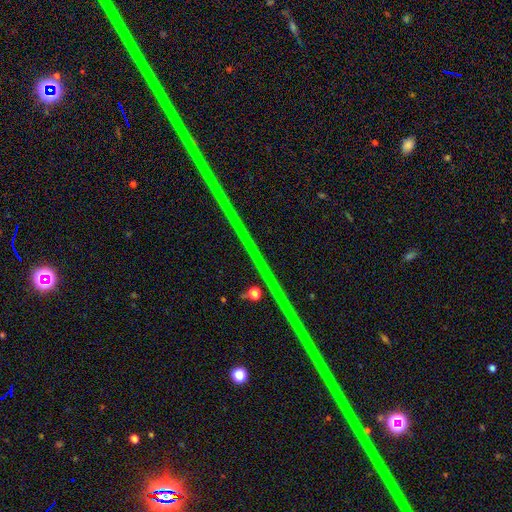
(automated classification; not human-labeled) A star or artifact, not a galaxy (87%).